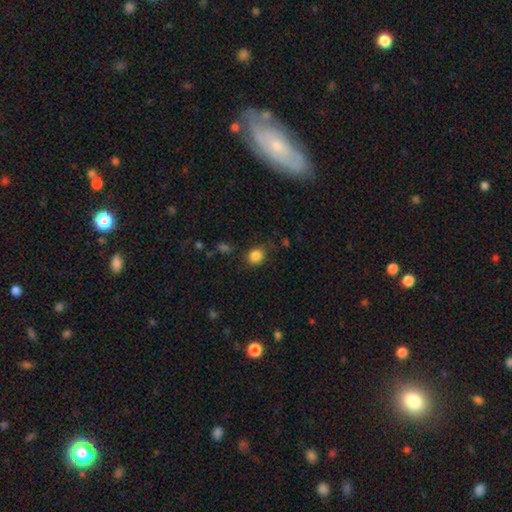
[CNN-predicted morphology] Smooth or featured? Predicted: smooth (p=0.85). How rounded? Predicted: round (p=0.73). Merging? Predicted: none (p=0.78).